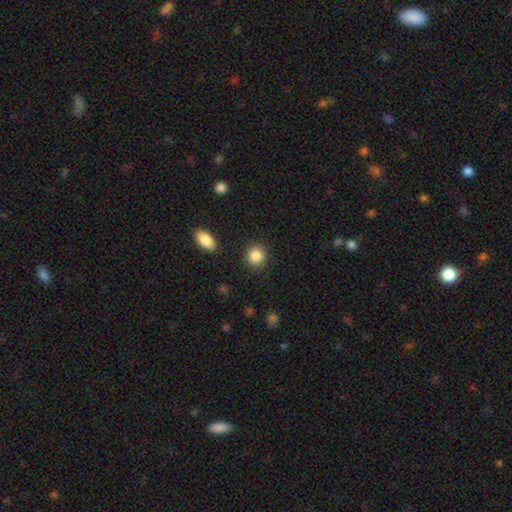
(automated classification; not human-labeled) smooth 88%, star or artifact 8%, featured or disk 4%. Down the decision tree: how rounded — round (86%); merging — none (90%).